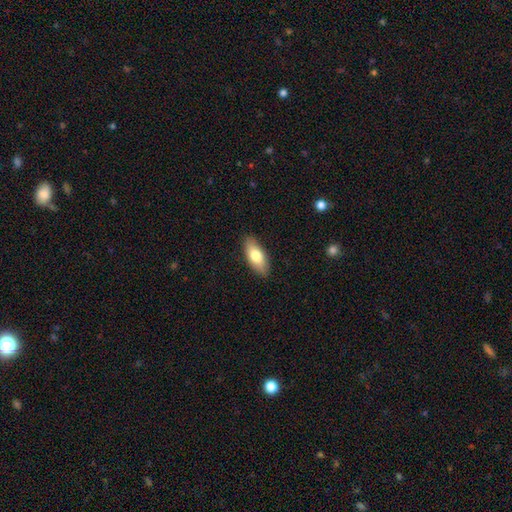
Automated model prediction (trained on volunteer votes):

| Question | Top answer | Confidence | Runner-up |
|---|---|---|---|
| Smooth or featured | smooth | 76% | featured or disk (18%) |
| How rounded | in between | 80% | cigar-shaped (17%) |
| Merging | none | 89% | minor disturbance (8%) |